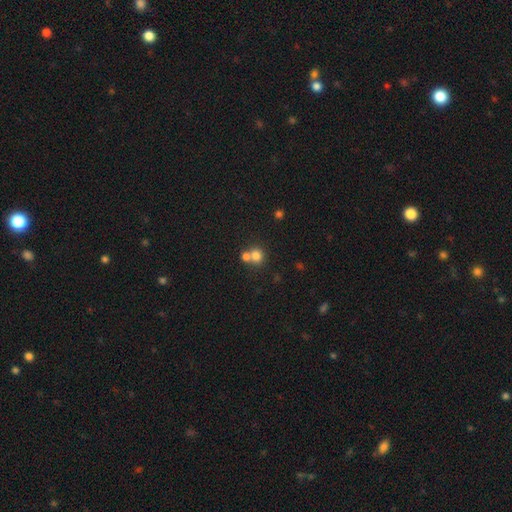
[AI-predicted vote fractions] Overall: smooth (77%). How rounded: round (85%). Merging: merger (48%; none 44%).